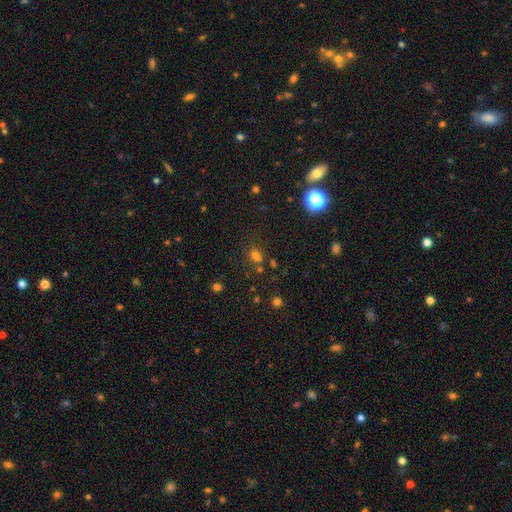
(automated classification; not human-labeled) smooth 60%, star or artifact 30%, featured or disk 10%. Down the decision tree: how rounded — round (53%); merging — none (51%).